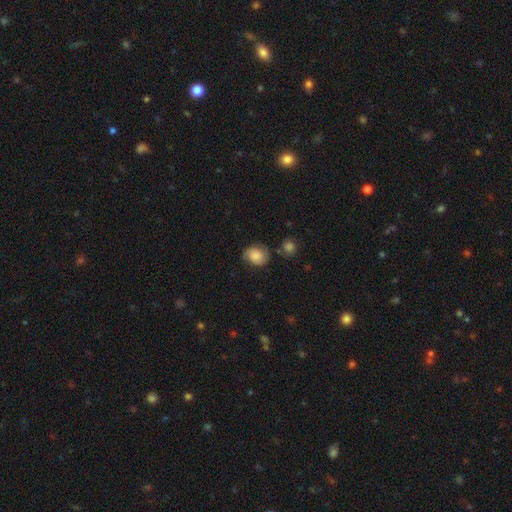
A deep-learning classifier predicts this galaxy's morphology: A smooth galaxy with no disk features (75%) that is round (51%). Merging: none (61%).